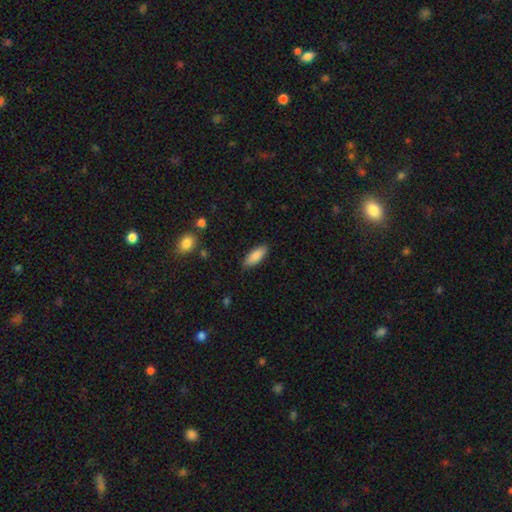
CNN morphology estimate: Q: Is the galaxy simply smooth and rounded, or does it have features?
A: smooth — 85%.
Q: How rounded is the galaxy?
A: in between — 73%.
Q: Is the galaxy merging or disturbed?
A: none — 85%.